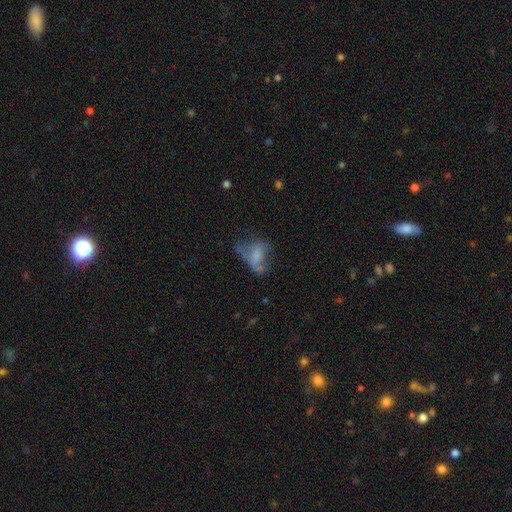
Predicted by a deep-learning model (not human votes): Smooth or featured? Predicted: smooth (p=0.49). Merging? Predicted: major disturbance (p=0.43).